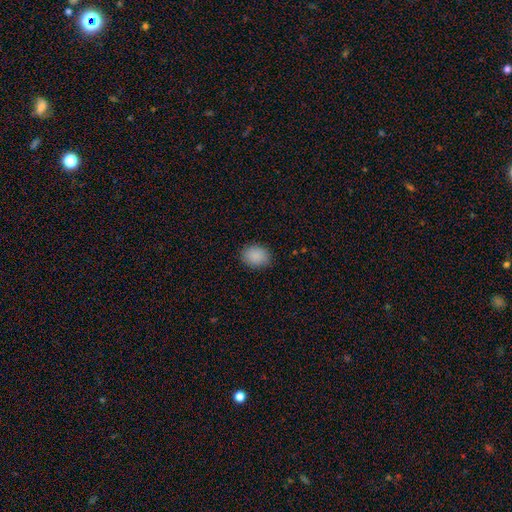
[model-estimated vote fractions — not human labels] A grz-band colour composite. It shows a smooth galaxy with no disk features (89%) that is in between round and cigar-shaped (53%). Merging: none (84%).